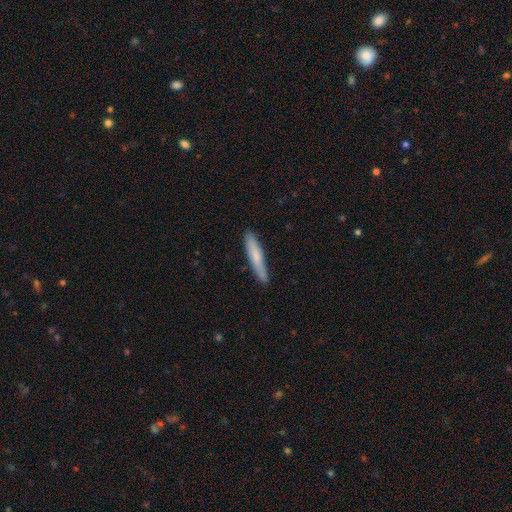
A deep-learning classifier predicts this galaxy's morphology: Smooth or featured? Predicted: smooth (p=0.70). How rounded? Predicted: cigar-shaped (p=0.92). Merging? Predicted: none (p=0.85).